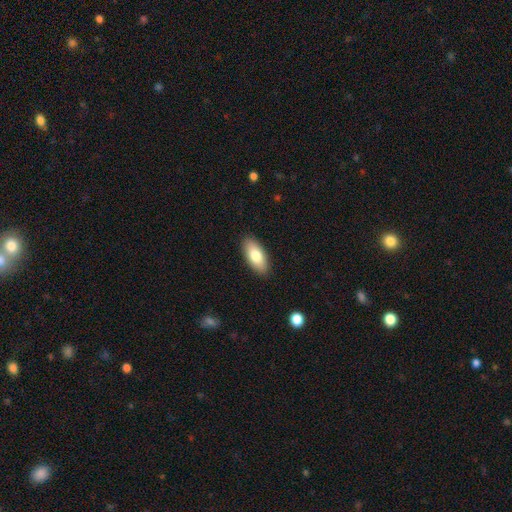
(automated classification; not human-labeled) Morphology: type=smooth (79%); roundness=in between (86%); merging=none (89%).